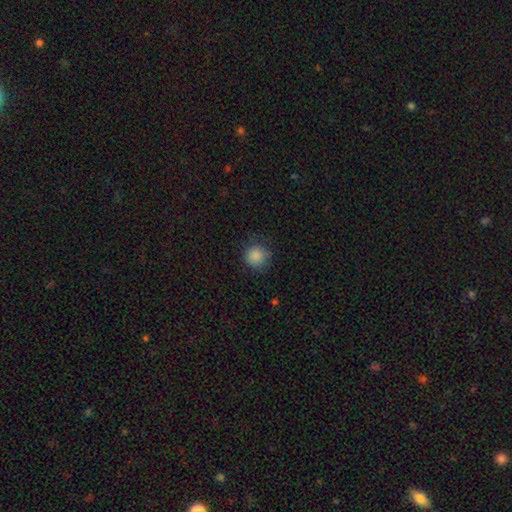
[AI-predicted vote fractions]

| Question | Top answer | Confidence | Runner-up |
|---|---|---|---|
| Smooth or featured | smooth | 86% | star or artifact (9%) |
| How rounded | round | 91% | in between (8%) |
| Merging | none | 77% | minor disturbance (17%) |